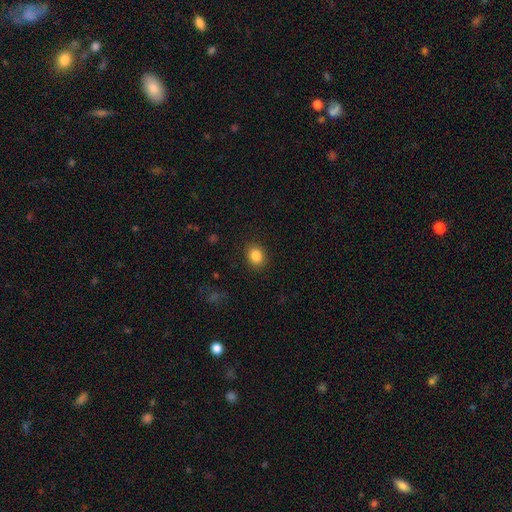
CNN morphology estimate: This appears to be a smooth galaxy with no disk features (85%) that is round (52%). Merging: none (89%).